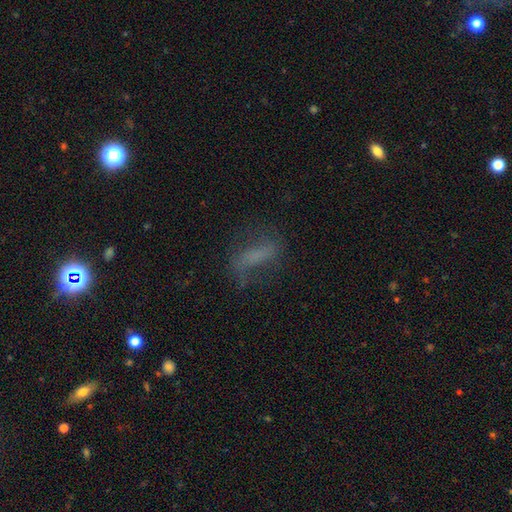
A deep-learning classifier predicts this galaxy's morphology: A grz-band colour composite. It shows a smooth galaxy with no disk features (48%). Merging: none (60%).